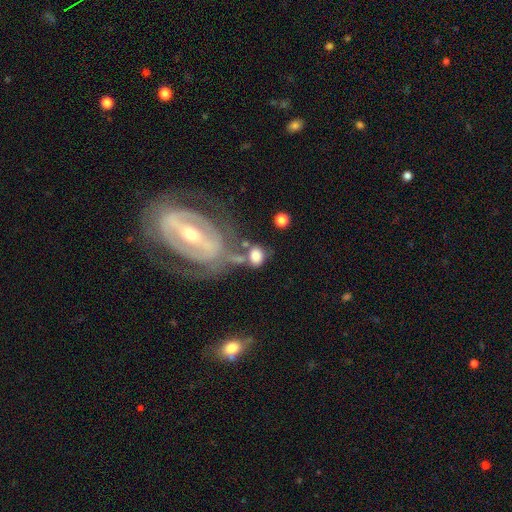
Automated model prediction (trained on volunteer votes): smooth-or-featured: smooth: 65% | featured or disk: 26% | star or artifact: 9%
  how-rounded: round: 51% | in between: 47% | cigar-shaped: 2%
  merging: none: 36% | merger: 30% | minor disturbance: 17% | major disturbance: 17%